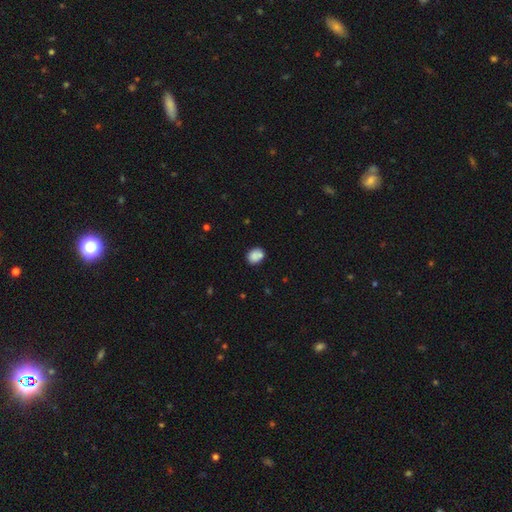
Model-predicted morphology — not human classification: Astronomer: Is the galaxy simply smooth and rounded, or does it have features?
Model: smooth — 81%.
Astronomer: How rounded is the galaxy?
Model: round — 59% (runner-up: in between, 40%).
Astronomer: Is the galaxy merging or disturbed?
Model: none — 59%.